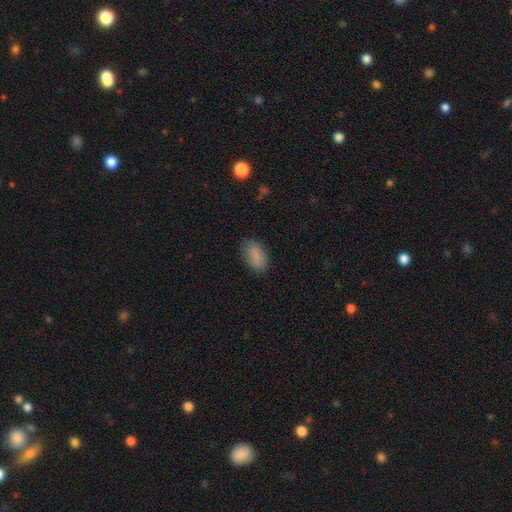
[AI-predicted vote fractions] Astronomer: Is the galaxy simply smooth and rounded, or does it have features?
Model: smooth — 85%.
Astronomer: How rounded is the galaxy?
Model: in between — 92%.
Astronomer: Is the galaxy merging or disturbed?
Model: none — 80%.